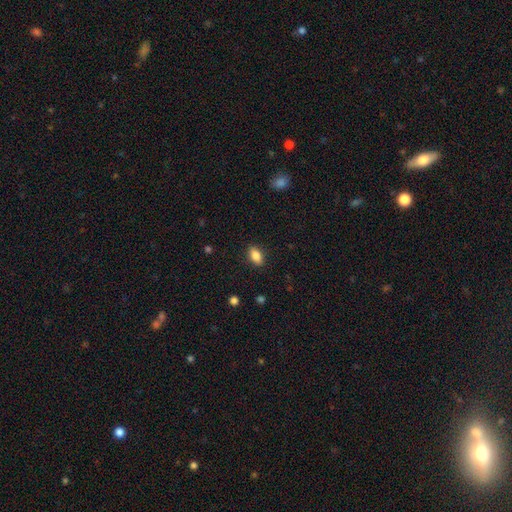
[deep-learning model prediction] smooth-or-featured: smooth: 84% | featured or disk: 8% | star or artifact: 8%
  how-rounded: in between: 88% | round: 7% | cigar-shaped: 6%
  merging: none: 88% | minor disturbance: 9% | major disturbance: 2% | merger: 1%